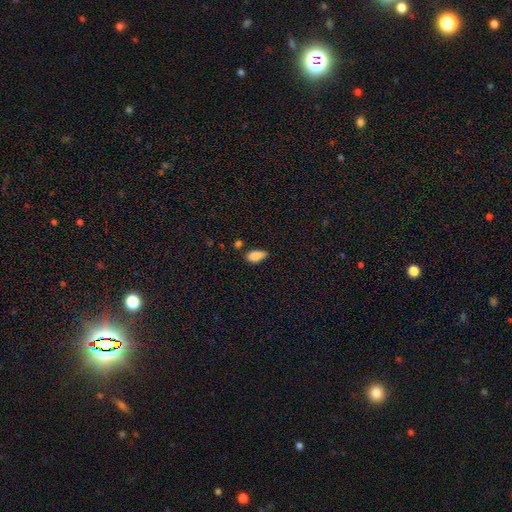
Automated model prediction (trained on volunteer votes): This appears to be a smooth galaxy with no disk features (87%) that is in between round and cigar-shaped (88%). Merging: none (54%).